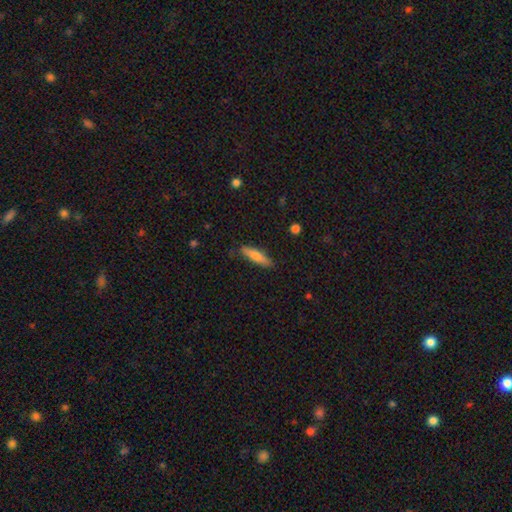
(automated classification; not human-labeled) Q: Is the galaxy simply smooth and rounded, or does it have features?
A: smooth — 69%.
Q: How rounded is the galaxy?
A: cigar-shaped — 75%.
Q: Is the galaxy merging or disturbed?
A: none — 84%.